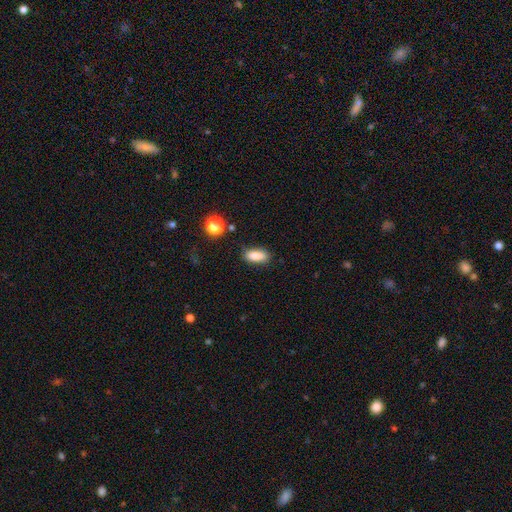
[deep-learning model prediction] This is clearly a smooth galaxy (85%). How rounded: clearly in between (82%). Merging: clearly none (81%).